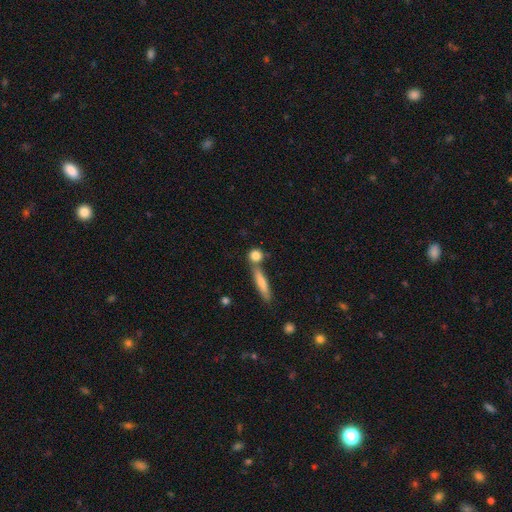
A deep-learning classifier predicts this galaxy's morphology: Smooth or featured: smooth — 80% (featured or disk — 12%)
How rounded: round — 69% (cigar-shaped — 16%)
Merging: none — 63% (merger — 23%)